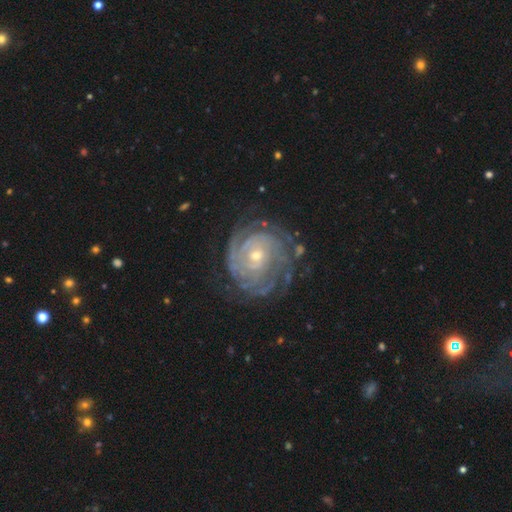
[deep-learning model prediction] smooth-or-featured: featured or disk: 90% | star or artifact: 5% | smooth: 5%
  disk-edge-on: no: 97% | yes: 3%
    bar: no: 71% | weak: 22% | strong: 7%
    has-spiral-arms: yes: 97% | no: 3%
      spiral-winding: tight: 83% | medium: 14% | loose: 3%
      spiral-arm-count: can't tell: 29% | 4: 20% | 3: 16% | more than 4: 14% | 2: 14% | 1: 7%
    bulge-size: small: 60% | moderate: 36% | large: 2% | none: 1% | dominant: 1%
  merging: none: 72% | minor disturbance: 17% | major disturbance: 9% | merger: 2%